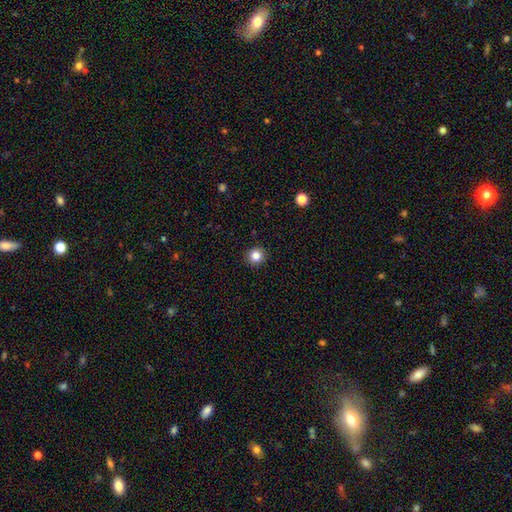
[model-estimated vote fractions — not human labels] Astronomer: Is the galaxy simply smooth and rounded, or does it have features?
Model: smooth — 83%.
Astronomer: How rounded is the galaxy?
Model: round — 93%.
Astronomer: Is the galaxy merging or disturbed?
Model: none — 93%.